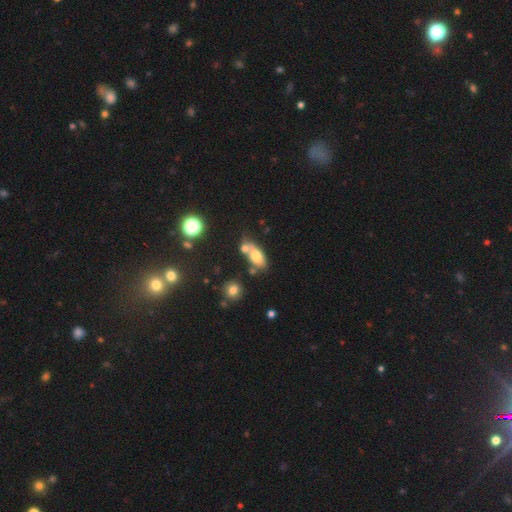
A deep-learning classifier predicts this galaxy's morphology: This appears to be a smooth galaxy with no disk features (68%) that is in between round and cigar-shaped (82%). Merging: merger (40%).